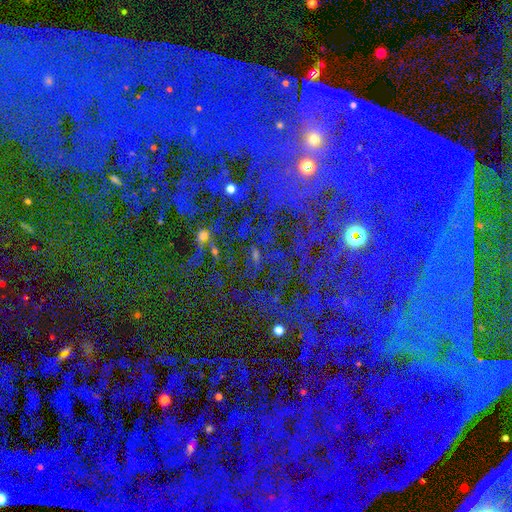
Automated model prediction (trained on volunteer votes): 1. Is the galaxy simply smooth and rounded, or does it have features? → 75% star or artifact, 13% smooth, 12% featured or disk.